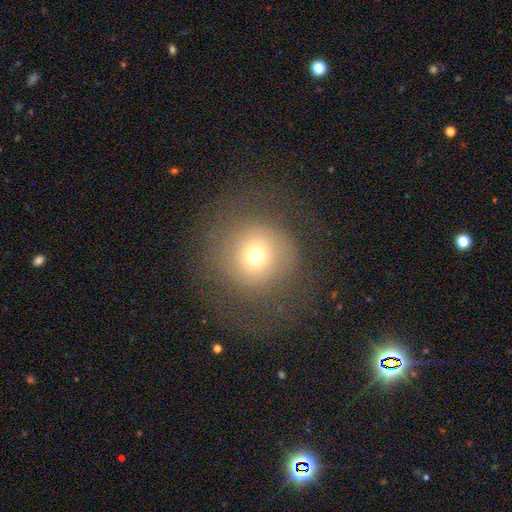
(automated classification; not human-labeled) This is likely a smooth galaxy (65%). How rounded: clearly round (93%). Merging: likely none (68%).